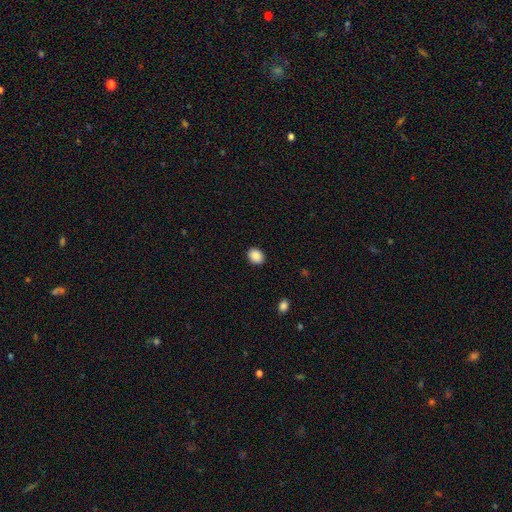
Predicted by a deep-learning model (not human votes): Smooth or featured? Predicted: smooth (p=0.89). How rounded? Predicted: in between (p=0.60). Merging? Predicted: none (p=0.90).